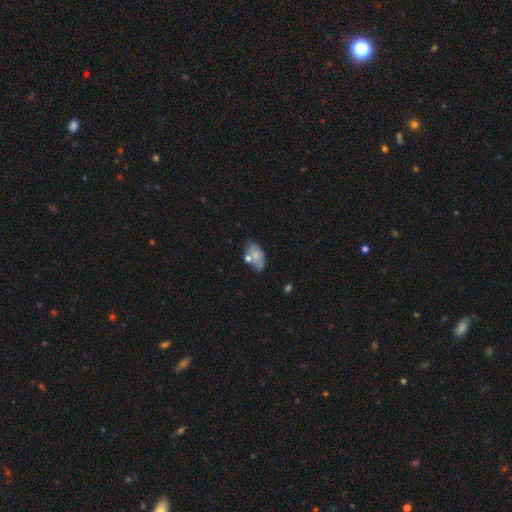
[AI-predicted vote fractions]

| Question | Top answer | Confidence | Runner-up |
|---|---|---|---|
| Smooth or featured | smooth | 63% | featured or disk (30%) |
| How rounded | in between | 91% | round (7%) |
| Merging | none | 48% | minor disturbance (24%) |